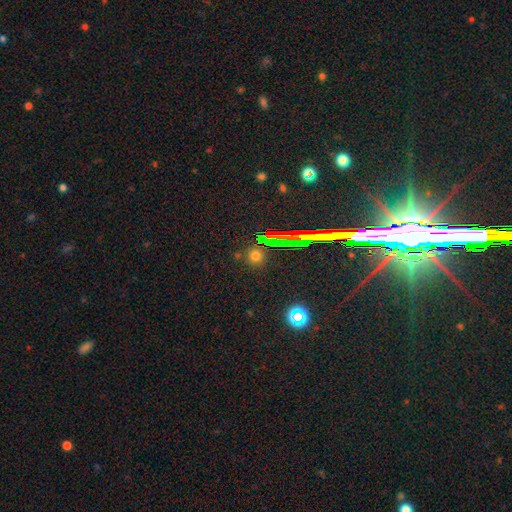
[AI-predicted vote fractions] This is likely a smooth galaxy (63%). How rounded: clearly round (91%). Merging: clearly none (84%).